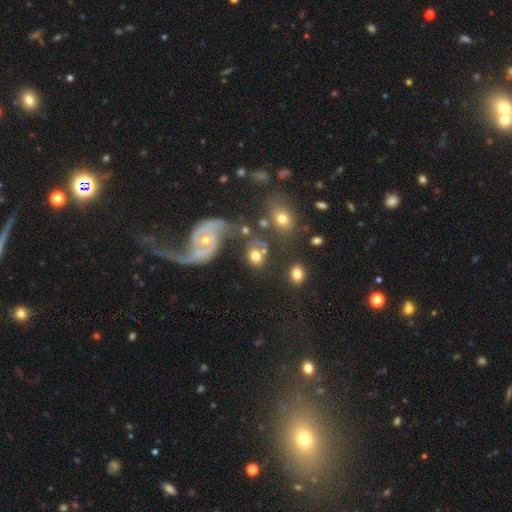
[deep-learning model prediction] This is likely a smooth galaxy (62%). How rounded: possibly round (54%). Merging: possibly none (50%).